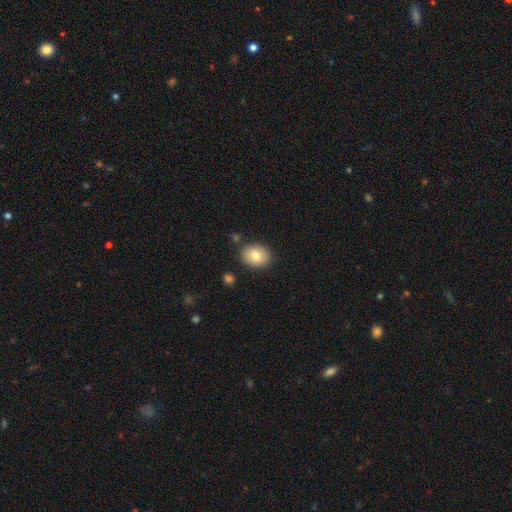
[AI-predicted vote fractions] This appears to be a smooth galaxy with no disk features (81%) that is round (53%). Merging: none (84%).